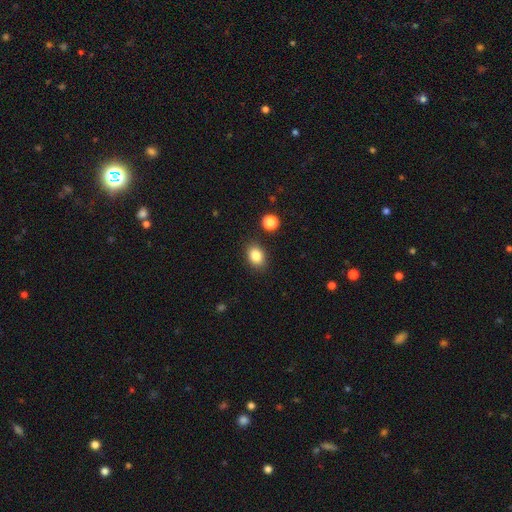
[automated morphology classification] type=smooth (85%); roundness=in between (72%); merging=none (86%).